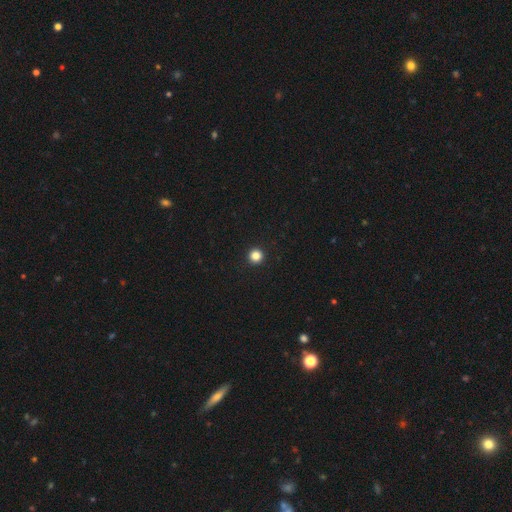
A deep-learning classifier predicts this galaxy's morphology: Q: Smooth or featured?
A: smooth (85%); runner-up: star or artifact (12%)
Q: How rounded?
A: round (96%); runner-up: in between (3%)
Q: Merging?
A: none (95%); runner-up: minor disturbance (3%)